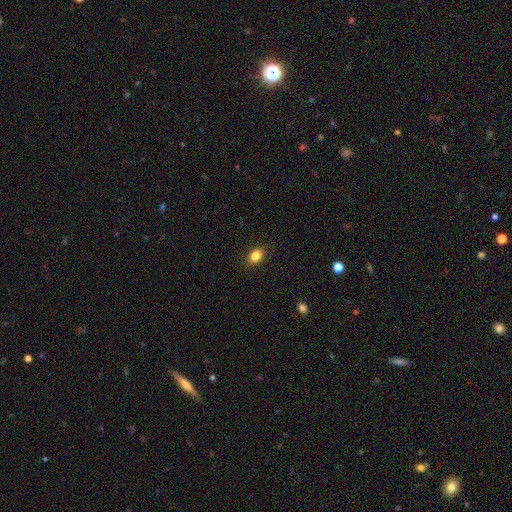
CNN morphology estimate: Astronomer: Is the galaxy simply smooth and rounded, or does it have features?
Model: smooth — 84%.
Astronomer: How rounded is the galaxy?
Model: in between — 72%.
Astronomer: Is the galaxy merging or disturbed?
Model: none — 87%.